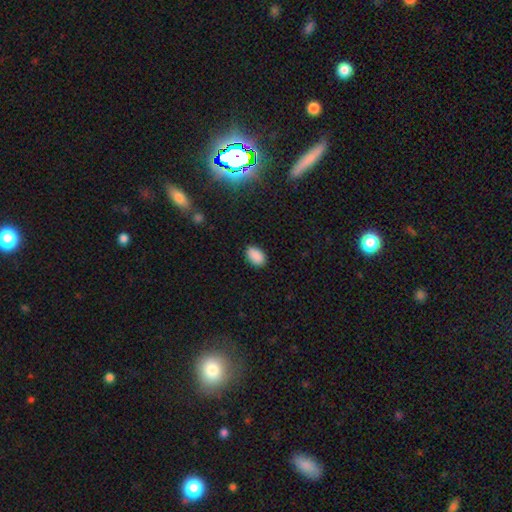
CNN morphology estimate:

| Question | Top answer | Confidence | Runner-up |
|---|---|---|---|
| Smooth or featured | smooth | 89% | star or artifact (9%) |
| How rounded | in between | 91% | round (8%) |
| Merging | none | 87% | minor disturbance (10%) |